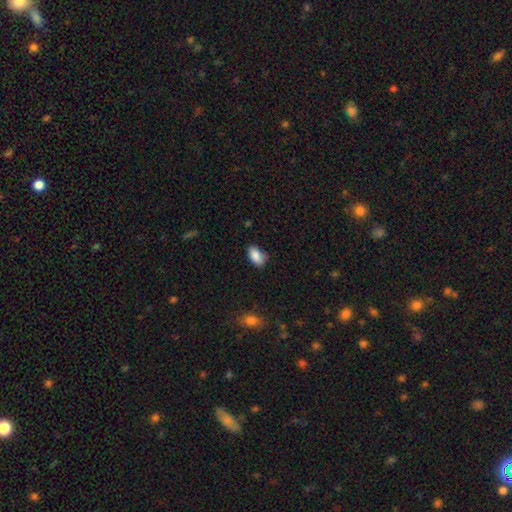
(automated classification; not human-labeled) This is clearly a smooth galaxy (87%). How rounded: clearly in between (92%). Merging: likely none (66%).